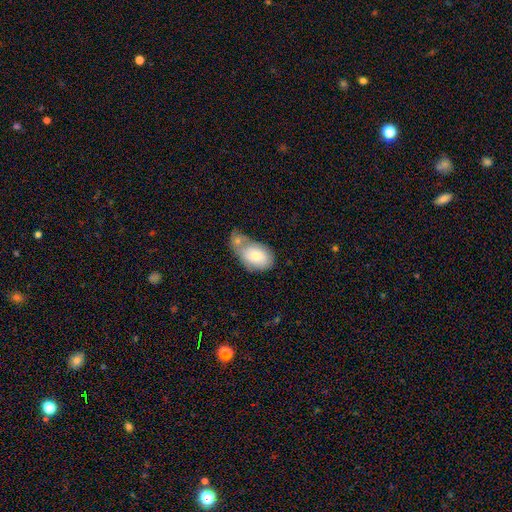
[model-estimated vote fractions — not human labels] Smooth or featured?
  - smooth: 73% *
  - featured or disk: 20%
  - star or artifact: 6%
How rounded?
  - in between: 83% *
  - round: 16%
  - cigar-shaped: 1%
Merging?
  - merger: 51% *
  - none: 25%
  - minor disturbance: 16%
  - major disturbance: 8%